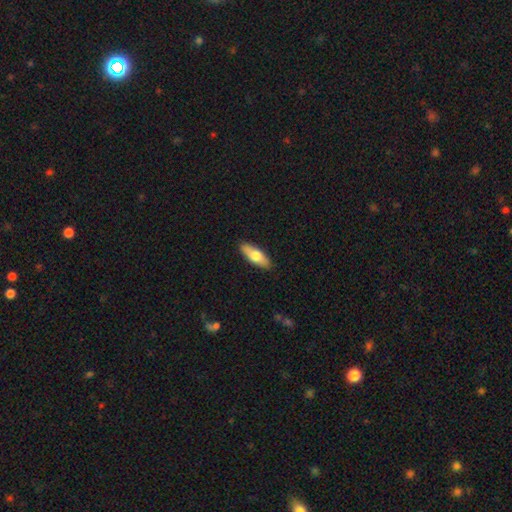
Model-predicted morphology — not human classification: smooth 69%, featured or disk 25%, star or artifact 5%. Down the decision tree: how rounded — in between (65%); merging — none (89%).